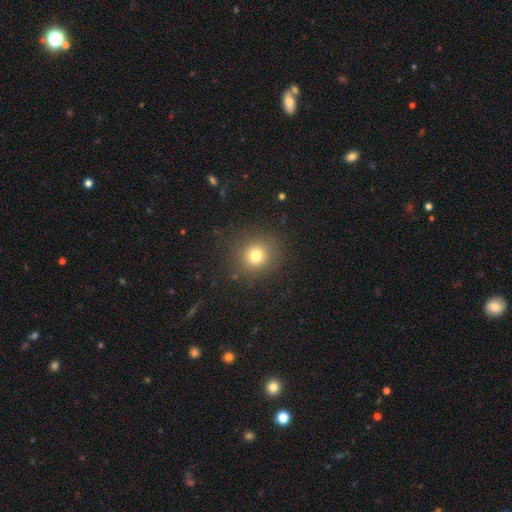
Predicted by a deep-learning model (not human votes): The model was most divided on "smooth or featured": smooth: 78%, star or artifact: 14%, featured or disk: 9%. More confident: how rounded — round (86%); merging — none (86%).